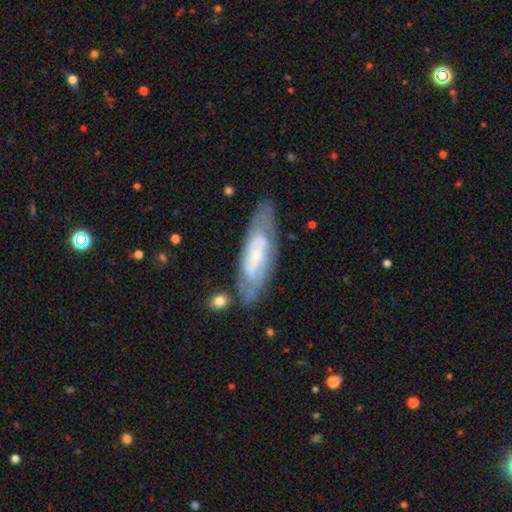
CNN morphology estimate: Q: Smooth or featured?
A: featured or disk (65%); runner-up: smooth (28%)
Q: Edge-on disk?
A: no (72%); runner-up: yes (28%)
Q: Merging?
A: none (73%); runner-up: minor disturbance (17%)